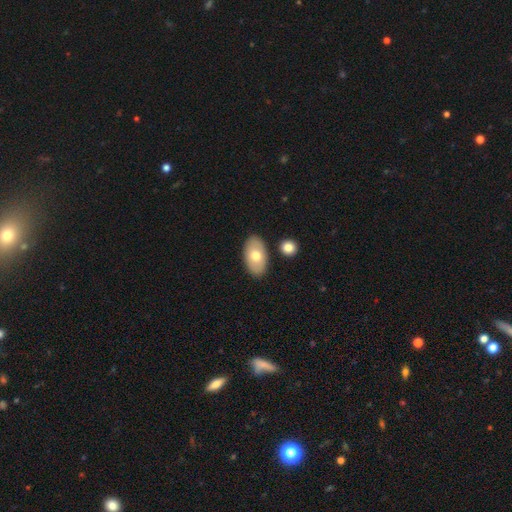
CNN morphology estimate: smooth_or_featured: smooth (p=0.71) [alt: featured or disk p=0.24]
how_rounded: in between (p=0.94) [alt: round p=0.05]
merging: none (p=0.84) [alt: minor disturbance p=0.09]